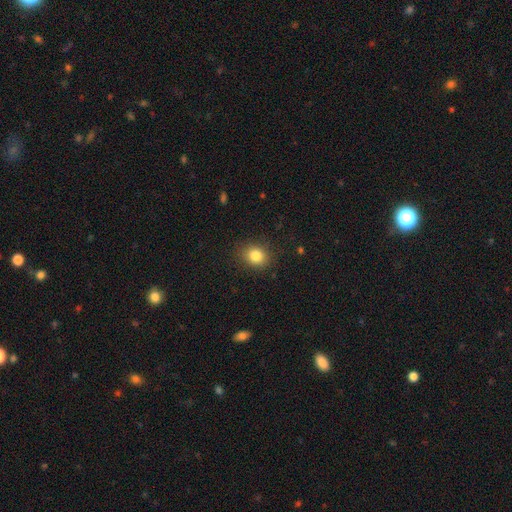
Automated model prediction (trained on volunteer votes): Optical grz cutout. It shows a smooth galaxy with no disk features (84%) that is round (59%). Merging: none (86%).